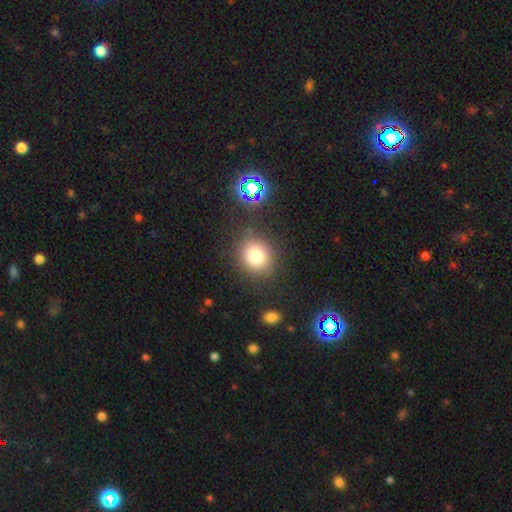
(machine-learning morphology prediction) The model was most divided on "how rounded": round: 80%, in between: 19%, cigar-shaped: 1%. More confident: merging — none (82%); smooth or featured — smooth (78%).